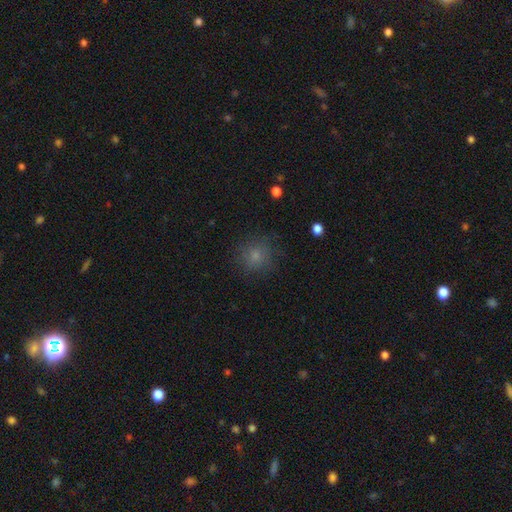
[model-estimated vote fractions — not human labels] This appears to be a smooth galaxy with no disk features (78%) that is round (88%). Merging: none (81%).